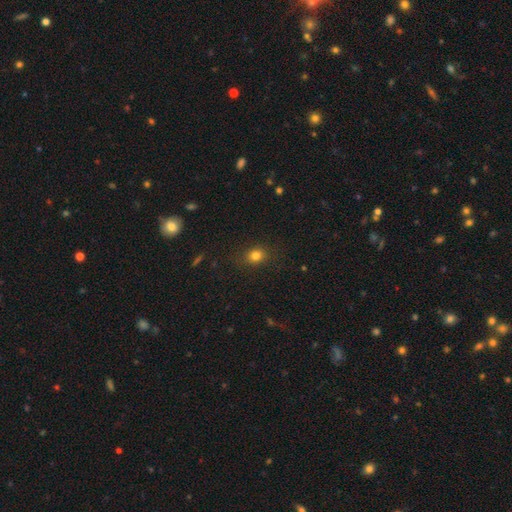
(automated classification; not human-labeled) Overall: smooth (80%). How rounded: round (60%; in between 39%). Merging: none (85%).